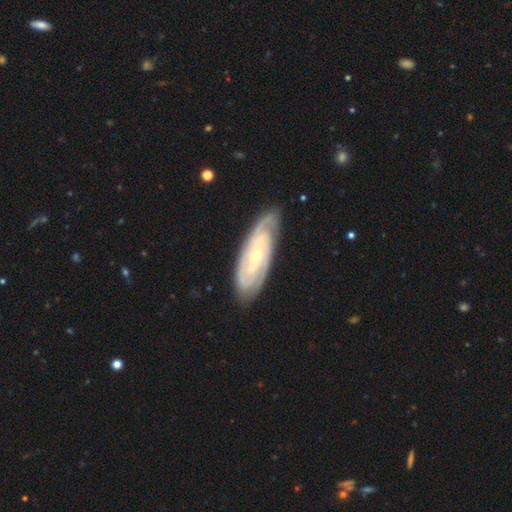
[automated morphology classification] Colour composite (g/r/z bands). It shows a featured or disk galaxy (83%) with no bar (62%), tight (72%) spiral arms (95%) and a small central bulge (68%). Merging: none (80%).